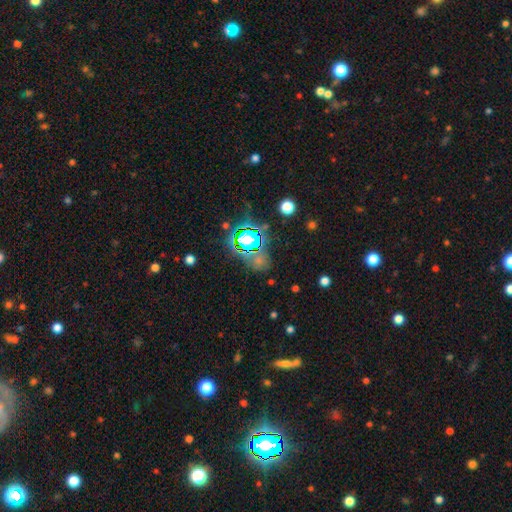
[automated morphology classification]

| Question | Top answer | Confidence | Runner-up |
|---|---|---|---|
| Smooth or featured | star or artifact | 79% | smooth (12%) |